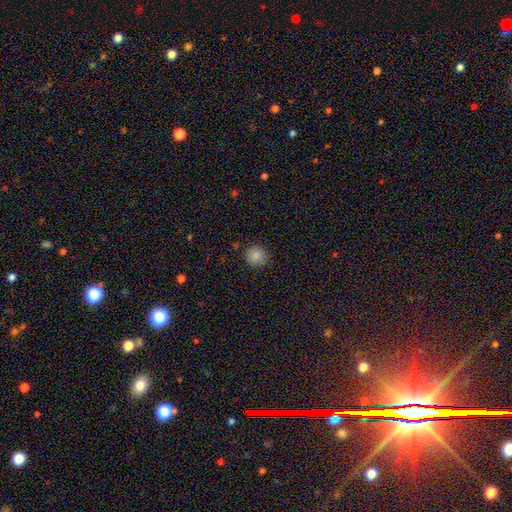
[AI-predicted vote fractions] smooth-or-featured: smooth: 85% | star or artifact: 10% | featured or disk: 4%
  how-rounded: round: 90% | in between: 9% | cigar-shaped: 1%
  merging: none: 89% | minor disturbance: 8% | major disturbance: 2% | merger: 1%